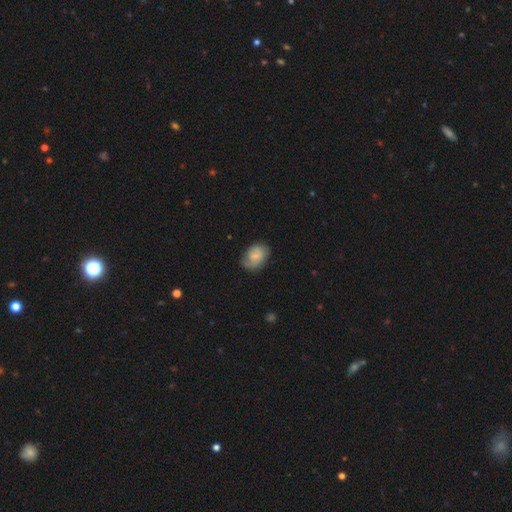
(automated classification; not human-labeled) smooth 70%, featured or disk 22%, star or artifact 8%. Down the decision tree: how rounded — in between (73%); merging — none (63%).